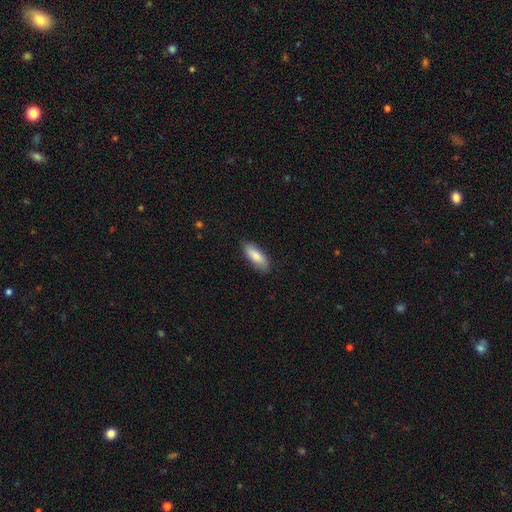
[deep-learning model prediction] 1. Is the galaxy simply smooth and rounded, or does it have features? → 84% smooth, 10% featured or disk, 6% star or artifact.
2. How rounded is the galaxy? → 67% in between, 31% cigar-shaped, 2% round.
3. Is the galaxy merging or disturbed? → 83% none, 13% minor disturbance, 2% major disturbance, 1% merger.